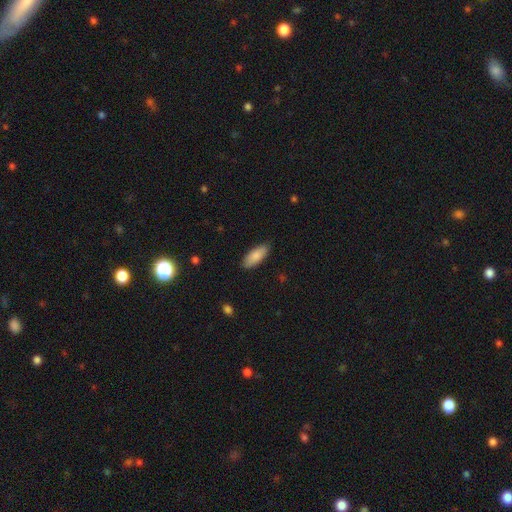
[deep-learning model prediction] Overall: smooth (87%). How rounded: in between (77%). Merging: none (87%).